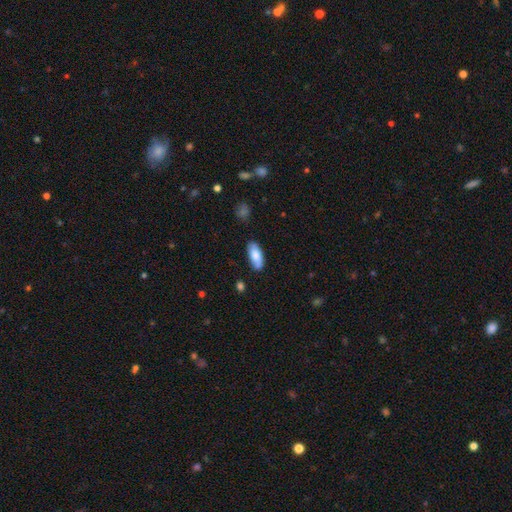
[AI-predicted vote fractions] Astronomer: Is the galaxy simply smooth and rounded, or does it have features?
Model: smooth — 81%.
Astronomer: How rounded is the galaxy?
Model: in between — 82%.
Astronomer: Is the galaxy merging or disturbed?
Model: none — 80%.